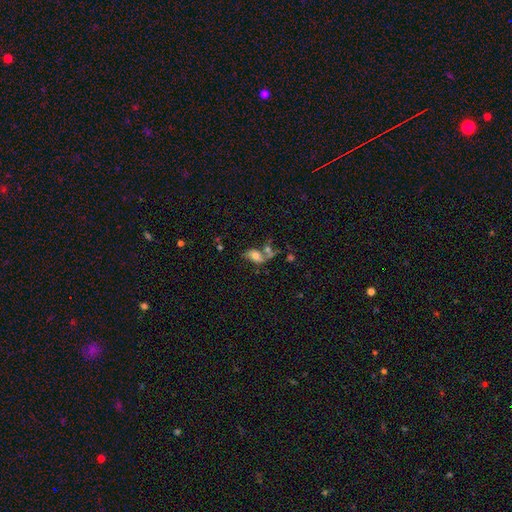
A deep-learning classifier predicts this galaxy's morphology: Smooth or featured? Predicted: smooth (p=0.60). How rounded? Predicted: in between (p=0.87). Merging? Predicted: merger (p=0.43).